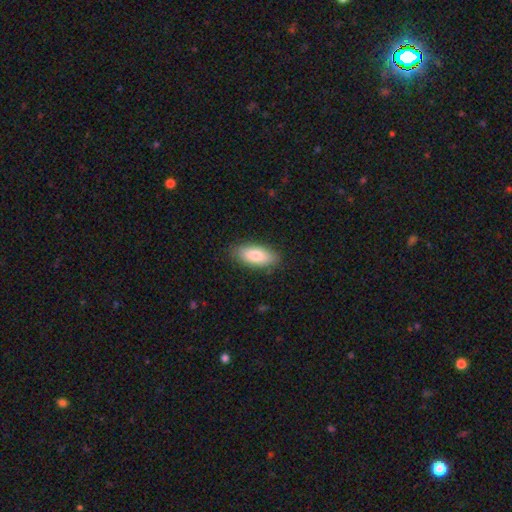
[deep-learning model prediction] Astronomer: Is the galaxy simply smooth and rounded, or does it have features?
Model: smooth — 80%.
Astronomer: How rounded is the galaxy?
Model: in between — 87%.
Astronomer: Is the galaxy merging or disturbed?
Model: none — 86%.